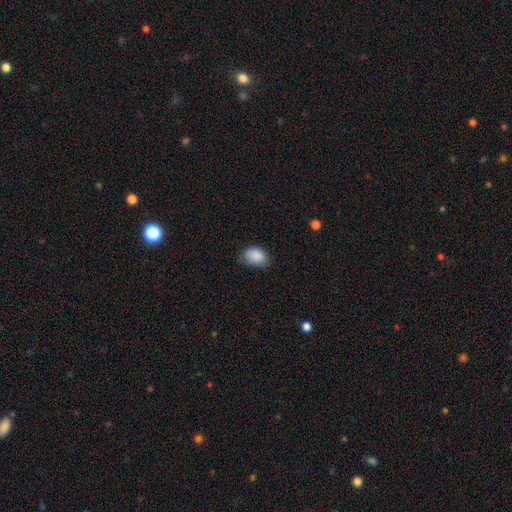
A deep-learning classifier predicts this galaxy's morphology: The model was most divided on "merging": none: 61%, minor disturbance: 32%, major disturbance: 6%, merger: 1%. More confident: smooth or featured — smooth (88%); how rounded — in between (79%).